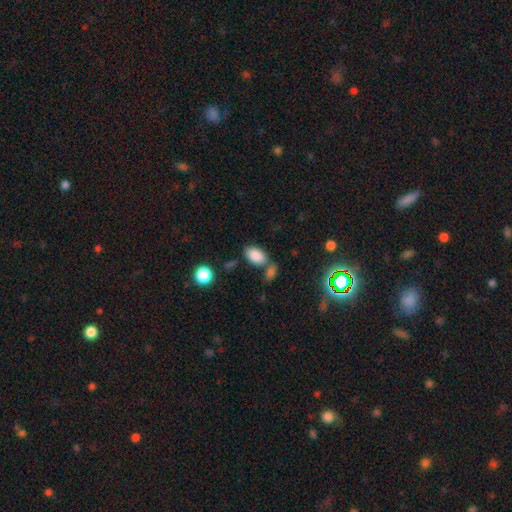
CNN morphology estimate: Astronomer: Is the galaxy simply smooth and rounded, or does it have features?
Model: smooth — 86%.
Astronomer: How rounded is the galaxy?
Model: in between — 92%.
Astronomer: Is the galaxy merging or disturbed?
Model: none — 60%.